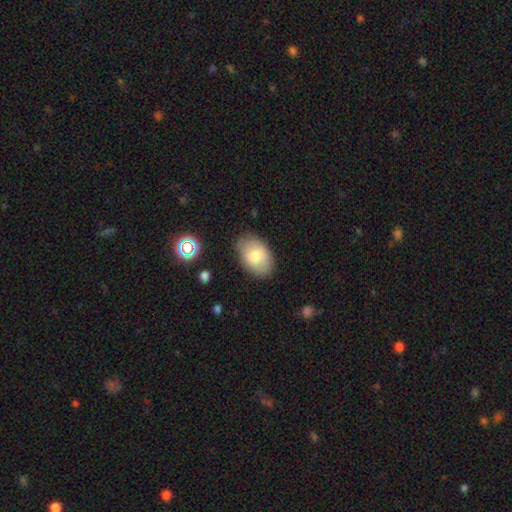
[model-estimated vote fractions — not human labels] This is likely a smooth galaxy (78%). How rounded: clearly in between (89%). Merging: likely none (80%).